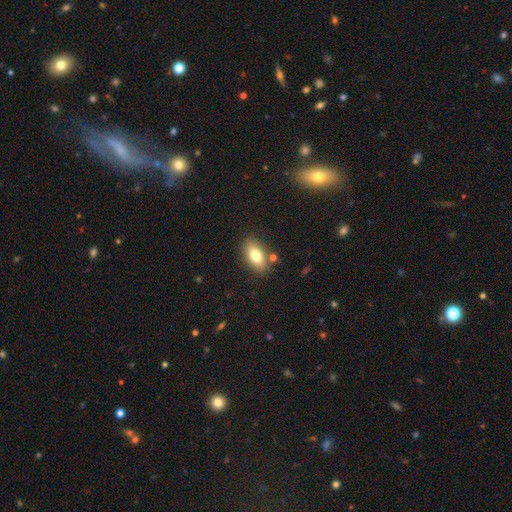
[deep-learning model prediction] smooth 77%, featured or disk 14%, star or artifact 8%. Down the decision tree: how rounded — in between (89%); merging — none (80%).